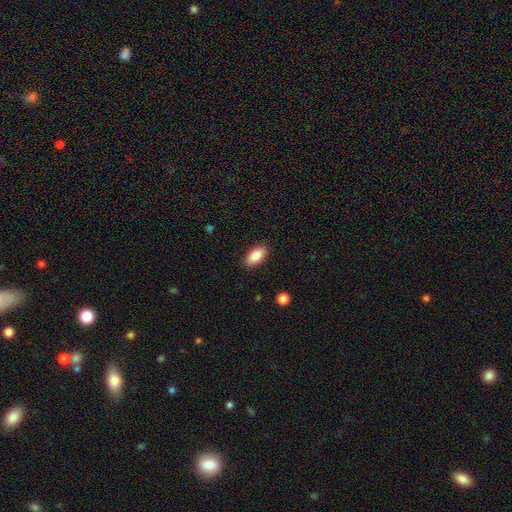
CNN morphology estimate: This is clearly a smooth galaxy (85%). How rounded: clearly in between (91%). Merging: clearly none (88%).